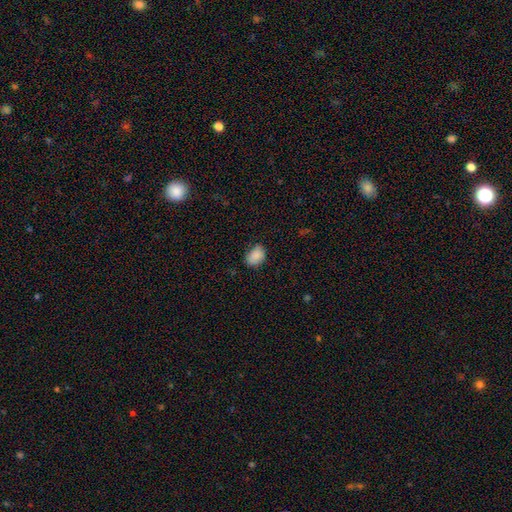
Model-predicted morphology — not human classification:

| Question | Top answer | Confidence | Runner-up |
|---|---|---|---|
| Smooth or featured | smooth | 87% | star or artifact (8%) |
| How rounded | in between | 75% | round (23%) |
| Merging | none | 72% | minor disturbance (22%) |